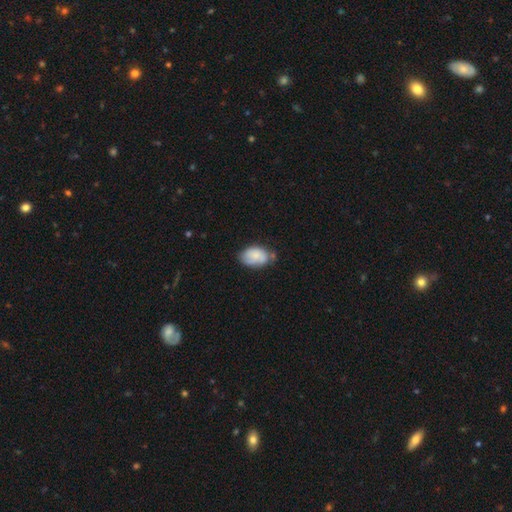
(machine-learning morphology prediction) A smooth galaxy with no disk features (69%) that is in between round and cigar-shaped (90%). Merging: none (53%).